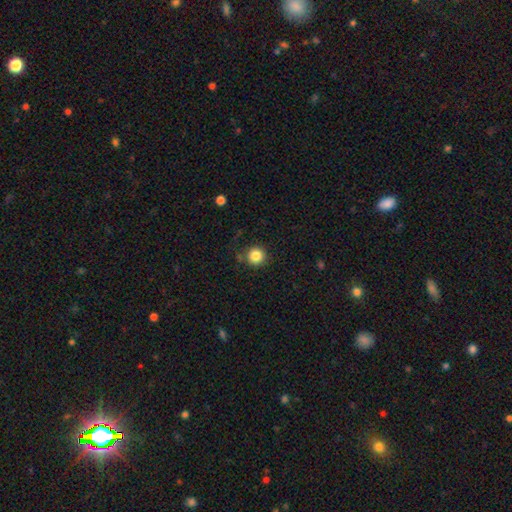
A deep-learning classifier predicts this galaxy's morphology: type=smooth (84%); roundness=round (94%); merging=none (84%).